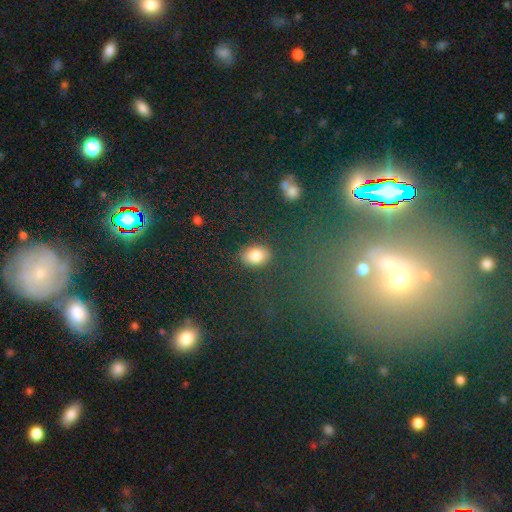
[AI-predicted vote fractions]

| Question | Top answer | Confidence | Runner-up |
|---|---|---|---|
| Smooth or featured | smooth | 83% | star or artifact (10%) |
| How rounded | in between | 78% | round (21%) |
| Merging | none | 85% | minor disturbance (10%) |